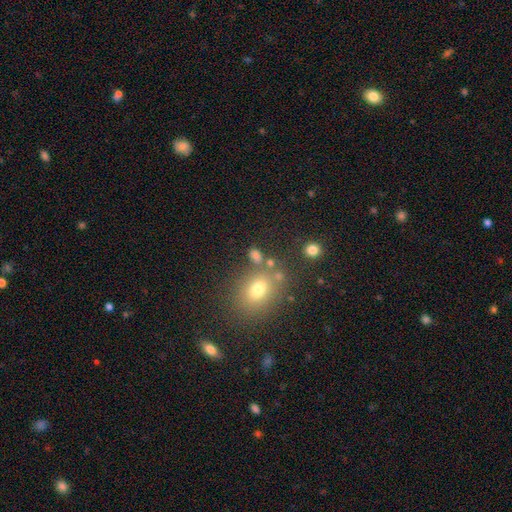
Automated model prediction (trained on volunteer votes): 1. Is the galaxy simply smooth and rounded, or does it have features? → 73% smooth, 17% star or artifact, 10% featured or disk.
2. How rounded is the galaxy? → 67% in between, 30% round, 4% cigar-shaped.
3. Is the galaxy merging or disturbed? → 67% none, 14% merger, 13% minor disturbance, 6% major disturbance.